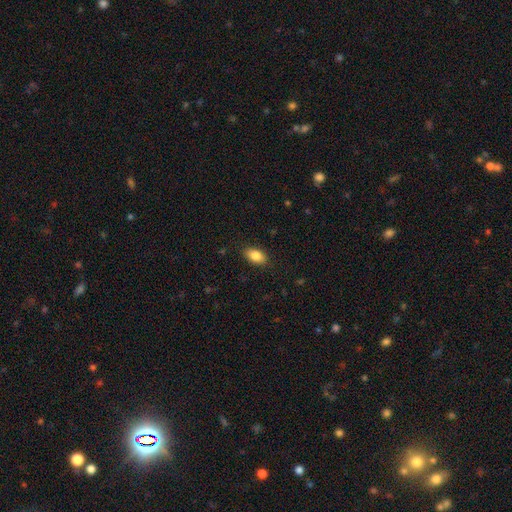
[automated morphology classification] Smooth or featured?
  - smooth: 85% *
  - star or artifact: 8%
  - featured or disk: 7%
How rounded?
  - in between: 90% *
  - round: 7%
  - cigar-shaped: 3%
Merging?
  - none: 87% *
  - minor disturbance: 10%
  - major disturbance: 2%
  - merger: 1%